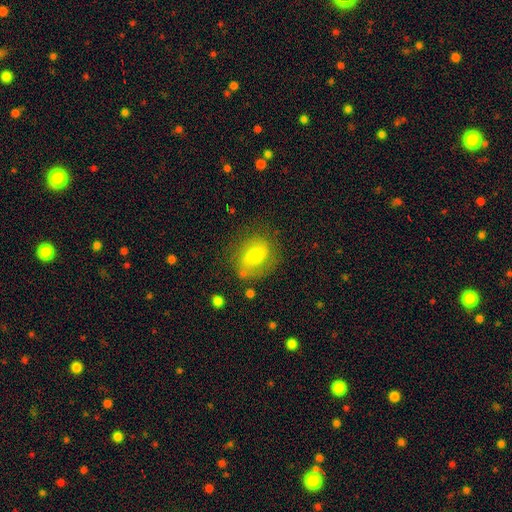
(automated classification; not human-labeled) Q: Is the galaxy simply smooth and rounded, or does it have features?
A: smooth — 51%.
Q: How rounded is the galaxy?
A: in between — 57%.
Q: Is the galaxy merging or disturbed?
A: none — 69%.